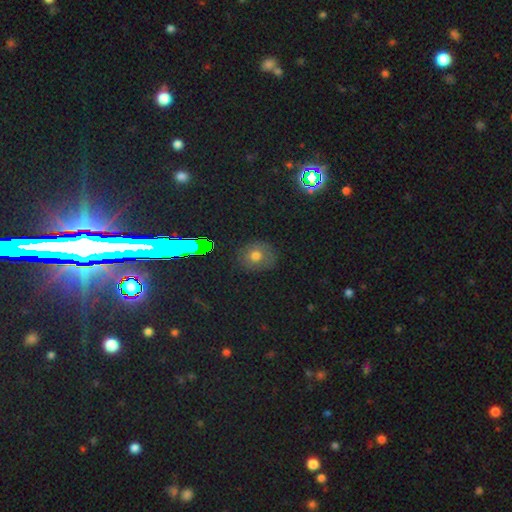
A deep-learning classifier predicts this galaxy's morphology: Q: Smooth or featured?
A: smooth (64%); runner-up: star or artifact (24%)
Q: How rounded?
A: round (75%); runner-up: in between (24%)
Q: Merging?
A: none (82%); runner-up: minor disturbance (12%)